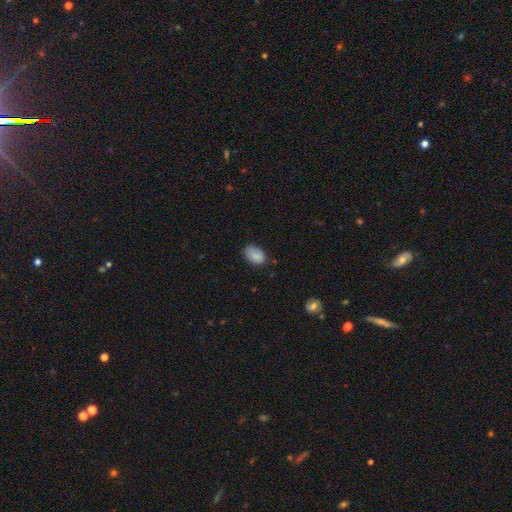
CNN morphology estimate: Smooth or featured?
  - smooth: 83% *
  - featured or disk: 10%
  - star or artifact: 8%
How rounded?
  - in between: 85% *
  - round: 14%
  - cigar-shaped: 1%
Merging?
  - none: 68% *
  - minor disturbance: 25%
  - major disturbance: 5%
  - merger: 2%